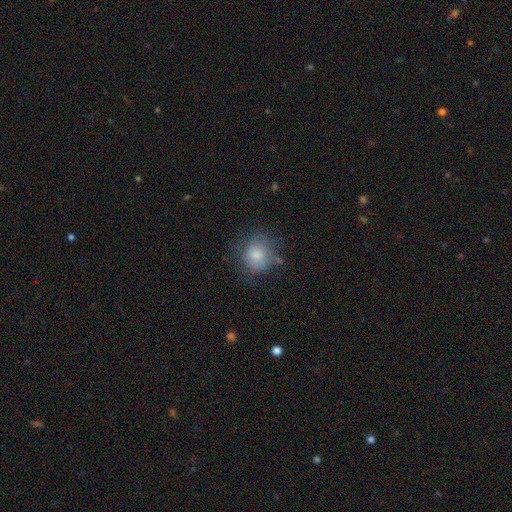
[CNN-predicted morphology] Q: Smooth or featured?
A: smooth (76%); runner-up: featured or disk (15%)
Q: How rounded?
A: round (78%); runner-up: in between (21%)
Q: Merging?
A: none (61%); runner-up: minor disturbance (26%)